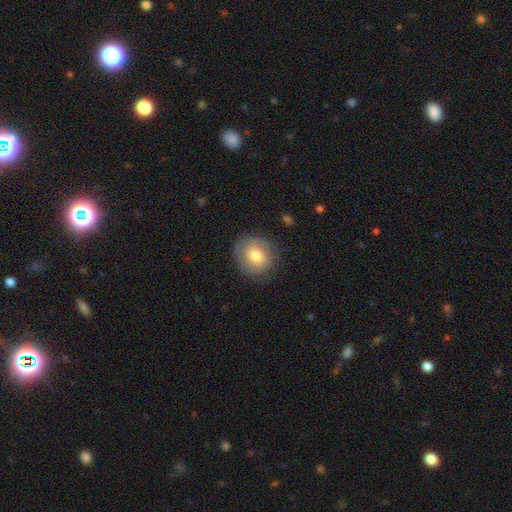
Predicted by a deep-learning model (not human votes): Smooth or featured? Predicted: smooth (p=0.71). How rounded? Predicted: round (p=0.82). Merging? Predicted: none (p=0.81).